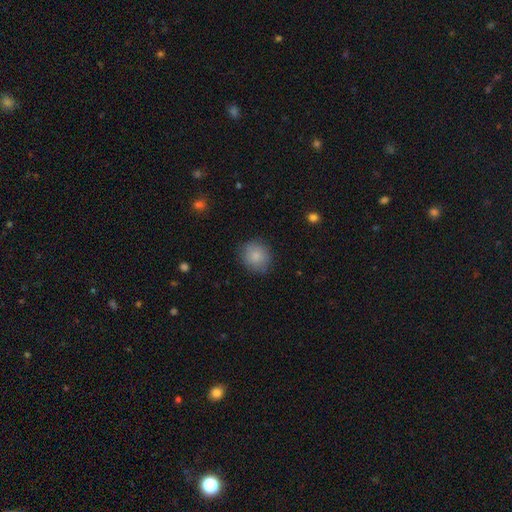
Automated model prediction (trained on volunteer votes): Morphology: type=smooth (86%); roundness=round (86%); merging=none (85%).